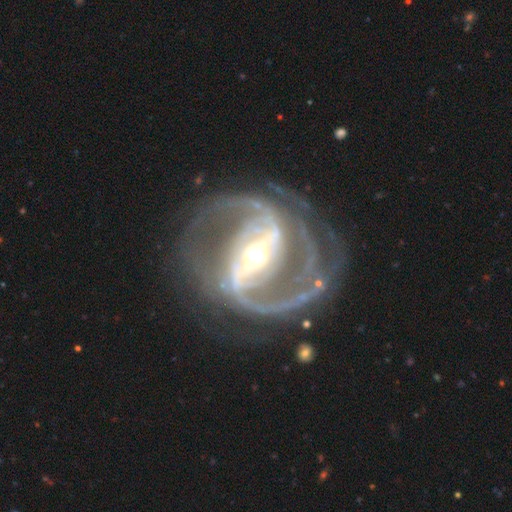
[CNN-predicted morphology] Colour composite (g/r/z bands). It shows a featured or disk galaxy (92%) with a strong bar (75%), 2 (77%) medium (53%) spiral arms (98%) and a moderate central bulge (56%). Merging: none (71%).